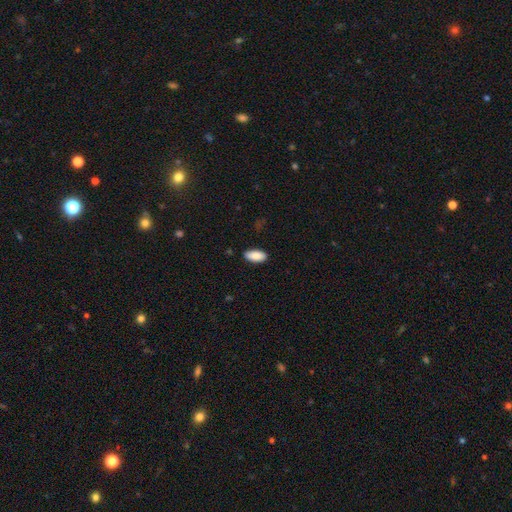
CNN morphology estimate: Smooth or featured?
  - smooth: 89% *
  - star or artifact: 6%
  - featured or disk: 5%
How rounded?
  - in between: 91% *
  - cigar-shaped: 7%
  - round: 2%
Merging?
  - none: 87% *
  - minor disturbance: 10%
  - major disturbance: 2%
  - merger: 1%